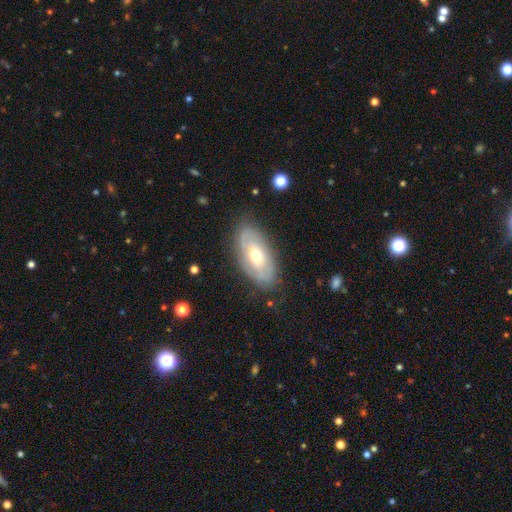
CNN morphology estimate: This appears to be a featured or disk galaxy (57%) with no bar (64%), spiral arms (56%) and a moderate central bulge (68%). Merging: none (77%).